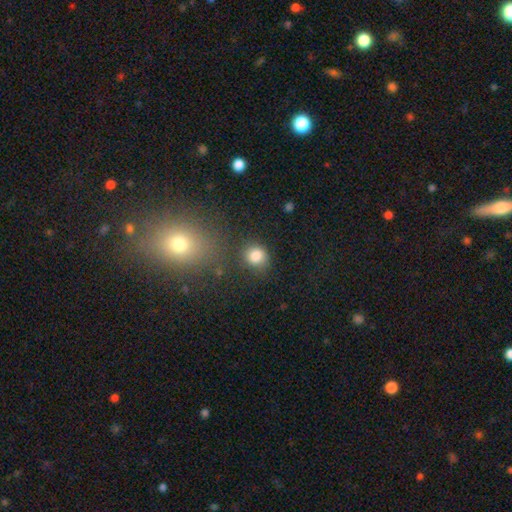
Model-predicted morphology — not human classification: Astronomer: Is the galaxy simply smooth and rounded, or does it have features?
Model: smooth — 84%.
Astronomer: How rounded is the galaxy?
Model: round — 82%.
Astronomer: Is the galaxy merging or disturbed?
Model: none — 75%.